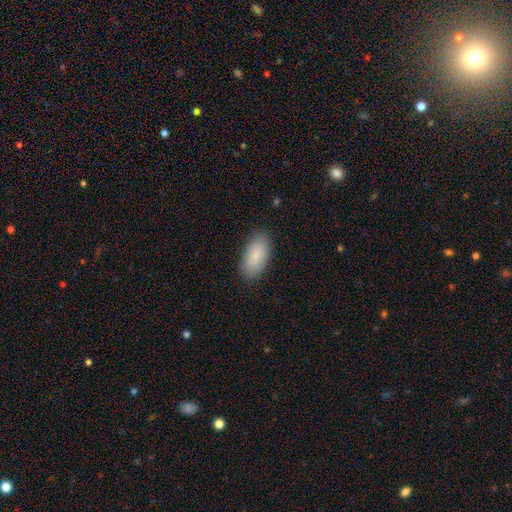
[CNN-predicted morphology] Q: Smooth or featured?
A: smooth (86%); runner-up: featured or disk (8%)
Q: How rounded?
A: in between (92%); runner-up: cigar-shaped (6%)
Q: Merging?
A: none (87%); runner-up: minor disturbance (10%)